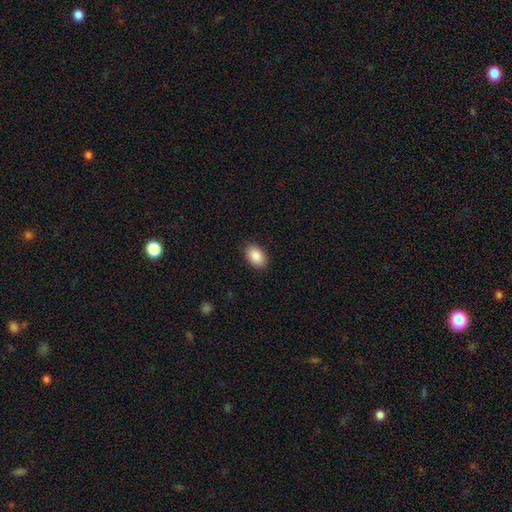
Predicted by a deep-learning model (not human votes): smooth-or-featured: smooth: 89% | star or artifact: 7% | featured or disk: 4%
  how-rounded: in between: 90% | round: 9% | cigar-shaped: 1%
  merging: none: 88% | minor disturbance: 9% | major disturbance: 2% | merger: 1%